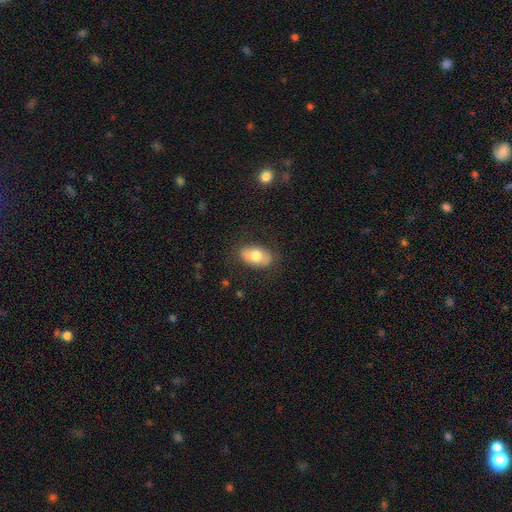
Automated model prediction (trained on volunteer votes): A smooth galaxy with no disk features (70%) that is in between round and cigar-shaped (91%).

Vote fractions:
- Smooth or featured? smooth: 70% / featured or disk: 24% / star or artifact: 7%
- How rounded? in between: 91% / round: 7% / cigar-shaped: 2%
- Merging? none: 80% / minor disturbance: 14% / major disturbance: 4% / merger: 1%